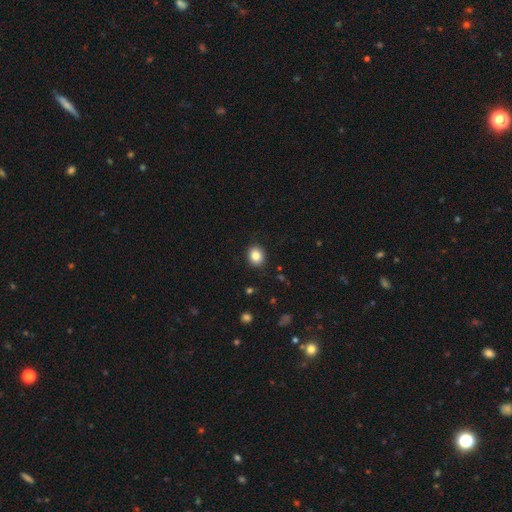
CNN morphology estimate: A smooth galaxy with no disk features (84%) that is round (66%).

Vote fractions:
- Smooth or featured? smooth: 84% / star or artifact: 10% / featured or disk: 6%
- How rounded? round: 66% / in between: 33% / cigar-shaped: 1%
- Merging? none: 90% / minor disturbance: 7% / major disturbance: 2% / merger: 1%